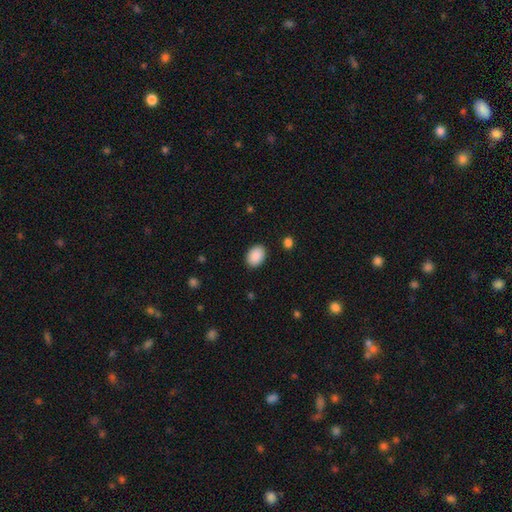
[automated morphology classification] The model was most divided on "how rounded": in between: 78%, round: 21%, cigar-shaped: 1%. More confident: smooth or featured — smooth (90%); merging — none (88%).